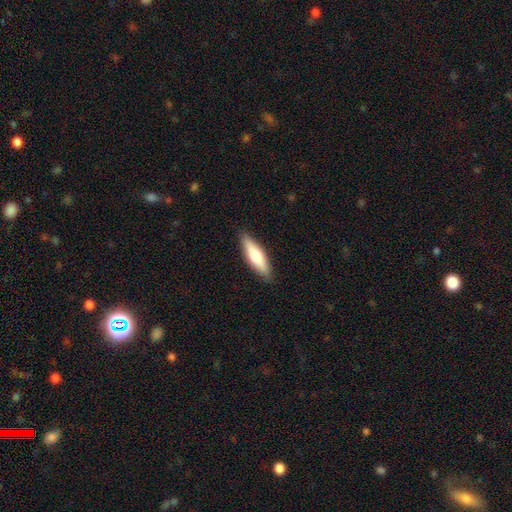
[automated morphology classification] Smooth or featured: smooth — 70% (featured or disk — 25%)
How rounded: cigar-shaped — 62% (in between — 37%)
Merging: none — 89% (minor disturbance — 9%)